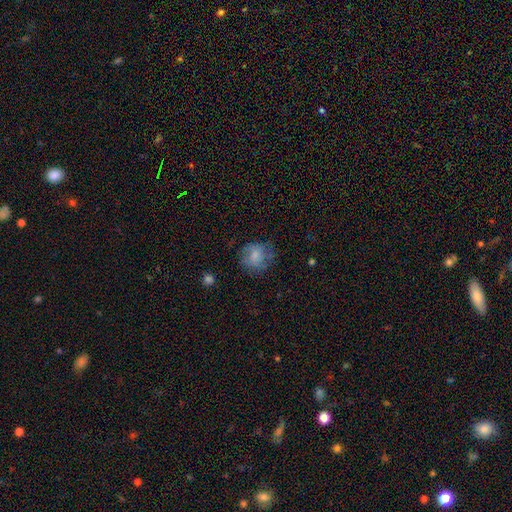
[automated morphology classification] The model was most divided on "merging": none: 64%, minor disturbance: 23%, major disturbance: 12%, merger: 2%. More confident: how rounded — round (81%); smooth or featured — smooth (70%).